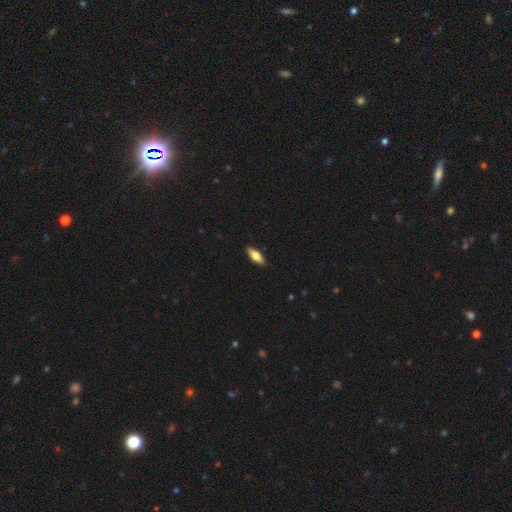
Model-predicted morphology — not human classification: smooth_or_featured: smooth (p=0.69) [alt: featured or disk p=0.25]
how_rounded: in between (p=0.69) [alt: cigar-shaped p=0.28]
merging: none (p=0.89) [alt: minor disturbance p=0.08]